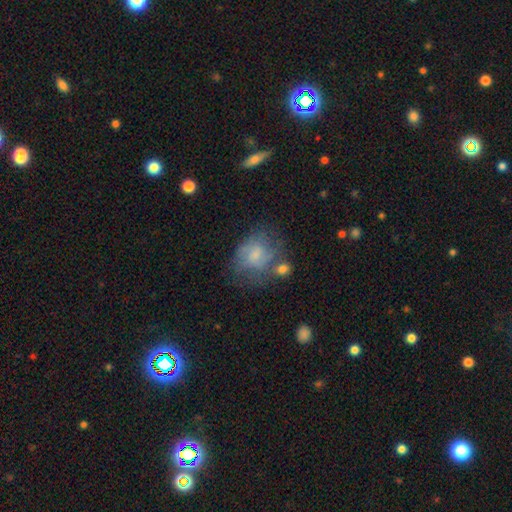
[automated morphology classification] This is possibly a smooth galaxy (52%). How rounded: possibly in between (51%). Merging: marginally none (45%).